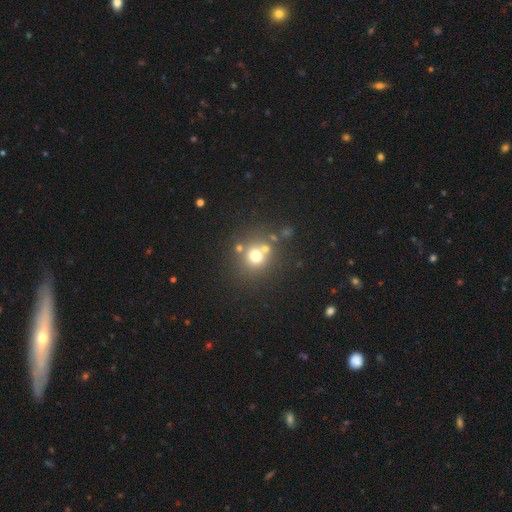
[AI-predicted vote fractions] A smooth galaxy with no disk features (68%) that is round (88%). Merging: none (65%).